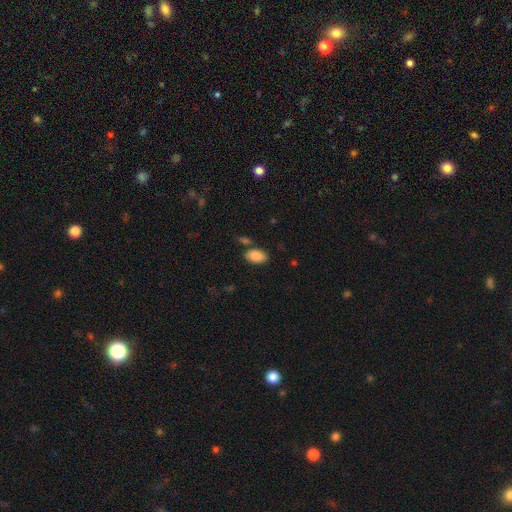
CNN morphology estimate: Smooth or featured?
  - smooth: 88% *
  - star or artifact: 7%
  - featured or disk: 4%
How rounded?
  - in between: 93% *
  - round: 5%
  - cigar-shaped: 2%
Merging?
  - none: 76% *
  - minor disturbance: 12%
  - merger: 8%
  - major disturbance: 4%